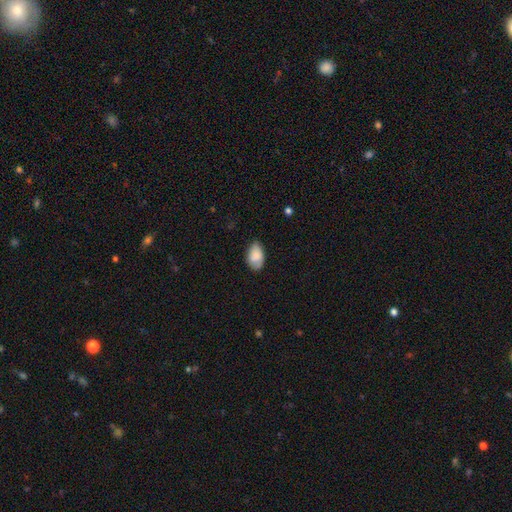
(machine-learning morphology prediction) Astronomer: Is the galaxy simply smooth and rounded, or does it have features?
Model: smooth — 86%.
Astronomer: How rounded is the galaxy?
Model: in between — 93%.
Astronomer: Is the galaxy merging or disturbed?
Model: none — 75%.